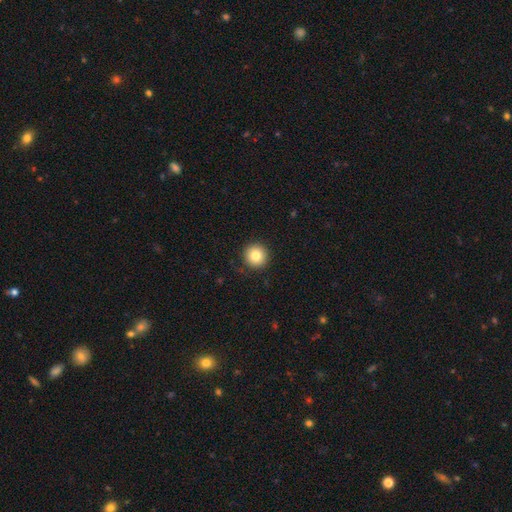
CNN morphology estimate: Smooth or featured? smooth (82%)
How rounded? round (96%)
Merging? none (91%)